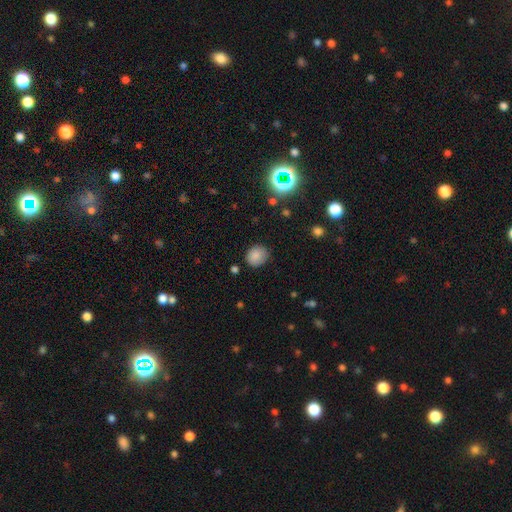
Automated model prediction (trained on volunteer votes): This appears to be a smooth galaxy with no disk features (83%) that is round (72%). Merging: none (81%).